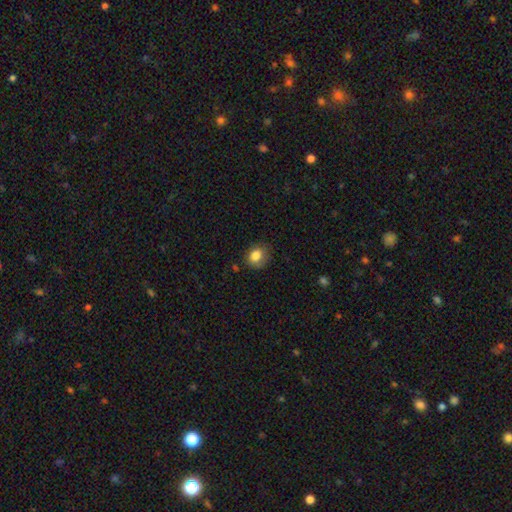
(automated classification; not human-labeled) A smooth galaxy with no disk features (82%) that is round (61%). Merging: none (71%).